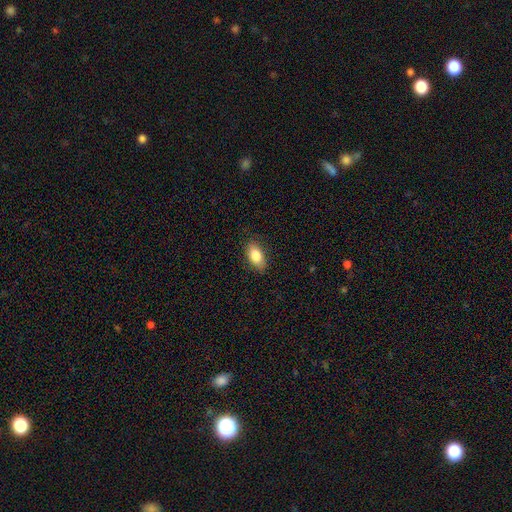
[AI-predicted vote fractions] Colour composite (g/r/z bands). It shows a smooth galaxy with no disk features (84%) that is in between round and cigar-shaped (90%). Merging: none (86%).